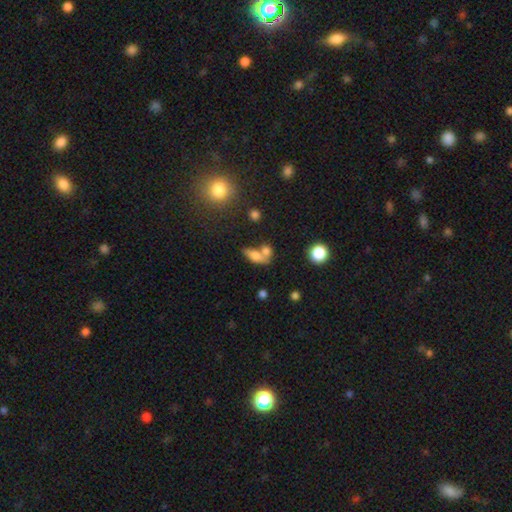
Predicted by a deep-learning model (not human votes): This appears to be a smooth galaxy with no disk features (68%) that is in between round and cigar-shaped (72%). Merging: merger (52%).